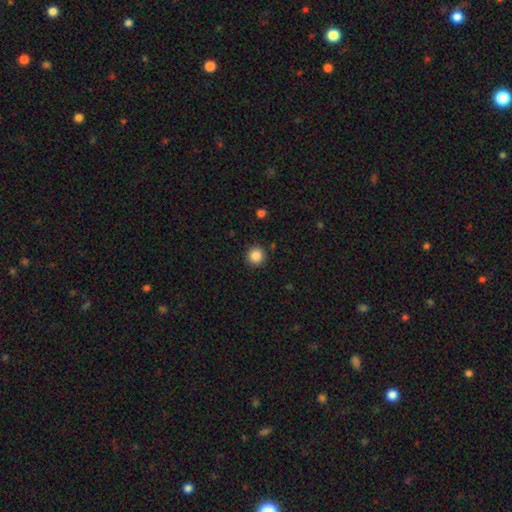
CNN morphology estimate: This appears to be a smooth galaxy with no disk features (86%) that is round (95%). Merging: none (91%).